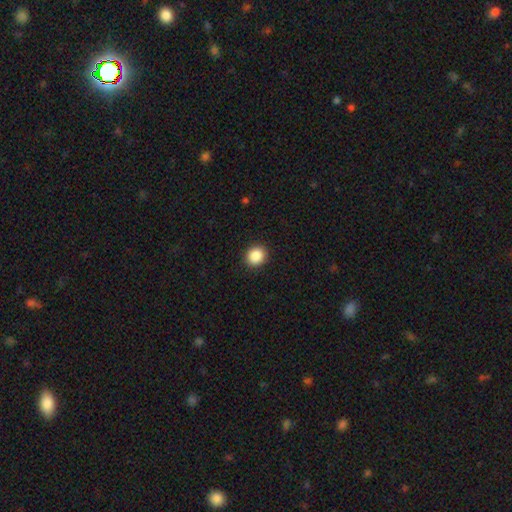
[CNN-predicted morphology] This is clearly a smooth galaxy (88%). How rounded: clearly round (83%). Merging: clearly none (92%).